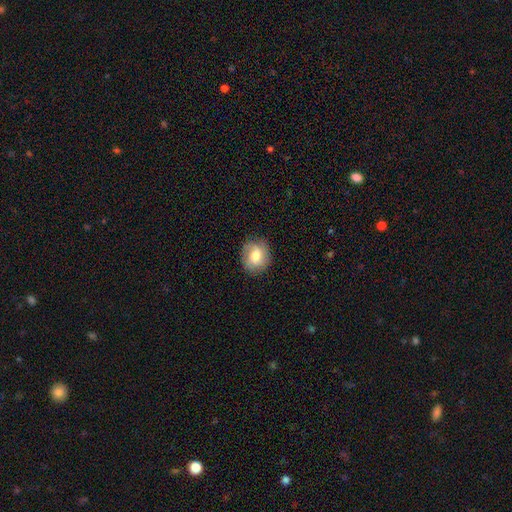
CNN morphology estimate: Q: Smooth or featured?
A: smooth (53%); runner-up: featured or disk (38%)
Q: How rounded?
A: round (73%); runner-up: in between (26%)
Q: Merging?
A: none (81%); runner-up: minor disturbance (13%)